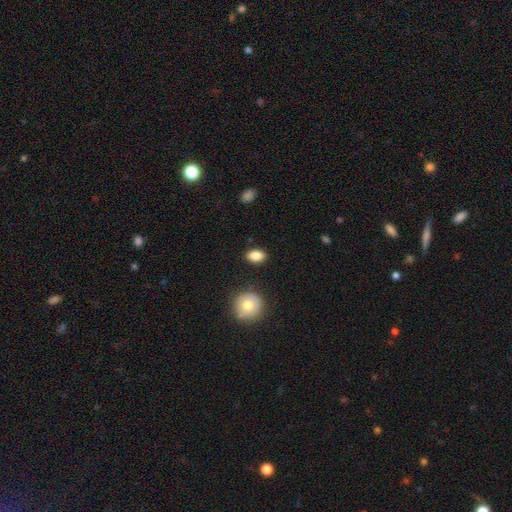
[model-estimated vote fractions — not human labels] Q: Smooth or featured?
A: smooth (86%); runner-up: star or artifact (8%)
Q: How rounded?
A: in between (84%); runner-up: round (14%)
Q: Merging?
A: none (87%); runner-up: minor disturbance (9%)